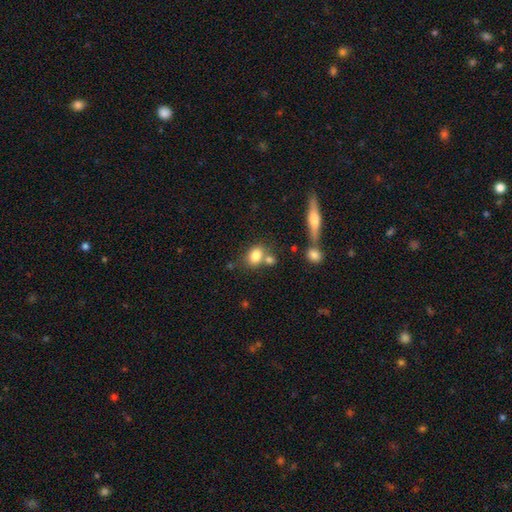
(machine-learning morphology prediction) Q: Smooth or featured?
A: smooth (80%); runner-up: featured or disk (10%)
Q: How rounded?
A: in between (67%); runner-up: round (30%)
Q: Merging?
A: none (53%); runner-up: merger (29%)